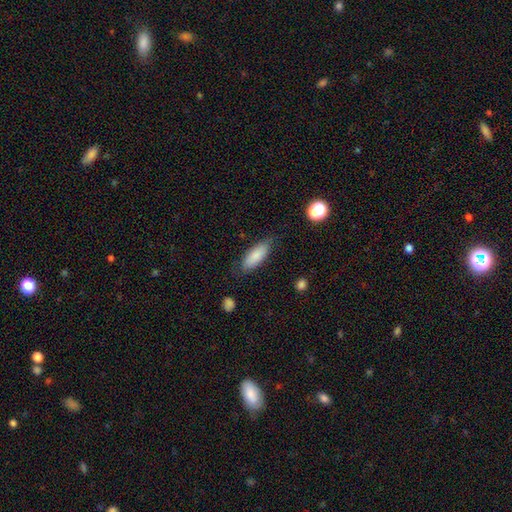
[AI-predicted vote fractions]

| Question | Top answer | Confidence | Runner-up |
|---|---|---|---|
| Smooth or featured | smooth | 84% | featured or disk (9%) |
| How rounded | in between | 73% | cigar-shaped (25%) |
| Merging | none | 78% | minor disturbance (17%) |